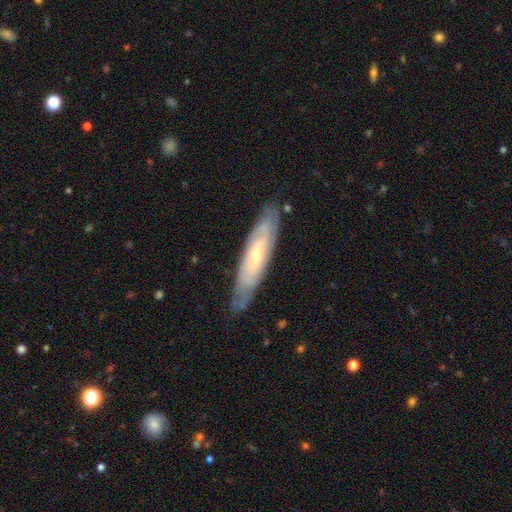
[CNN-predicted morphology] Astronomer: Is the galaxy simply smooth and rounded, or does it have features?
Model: featured or disk — 70%.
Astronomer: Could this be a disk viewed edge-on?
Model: no — 66%.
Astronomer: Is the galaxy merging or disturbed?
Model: none — 78%.